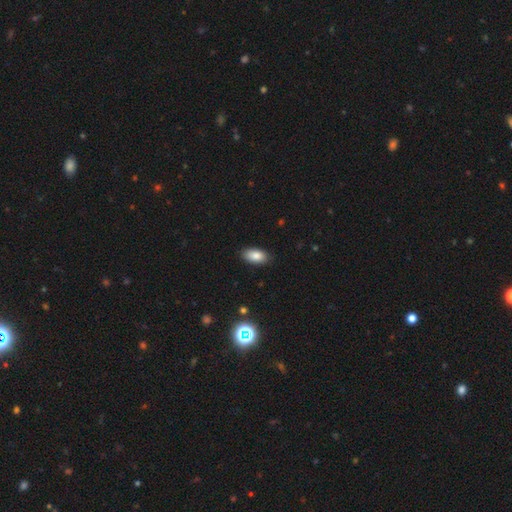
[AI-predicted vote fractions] A smooth galaxy with no disk features (85%) that is in between round and cigar-shaped (93%). Merging: none (86%).